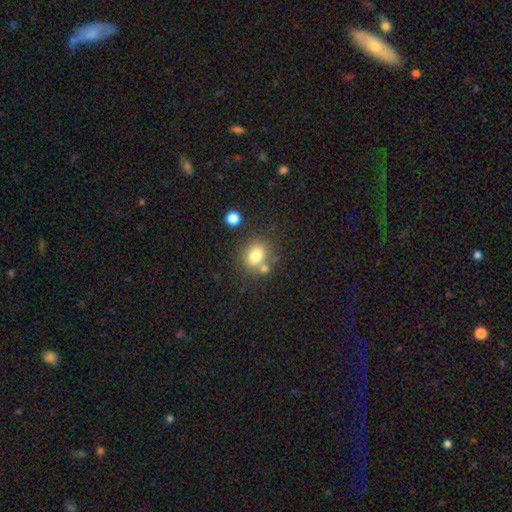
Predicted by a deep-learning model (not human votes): Morphology: type=smooth (78%); roundness=round (64%); merging=none (64%).